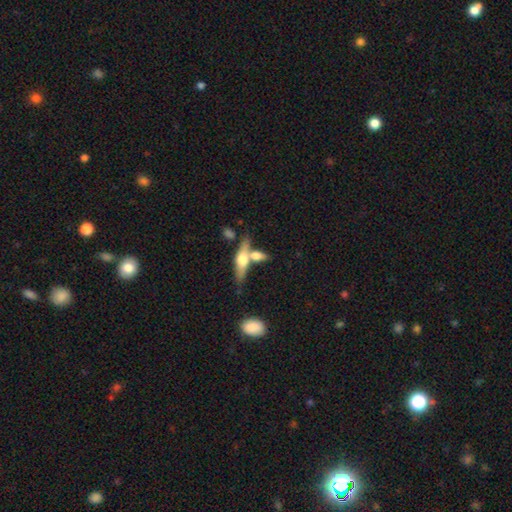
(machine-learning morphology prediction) Smooth or featured? Predicted: smooth (p=0.48). Merging? Predicted: none (p=0.47).